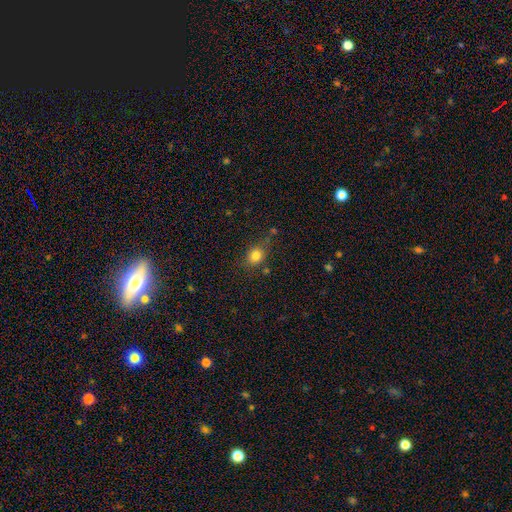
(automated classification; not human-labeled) Smooth or featured? Predicted: smooth (p=0.81). How rounded? Predicted: round (p=0.66). Merging? Predicted: none (p=0.70).